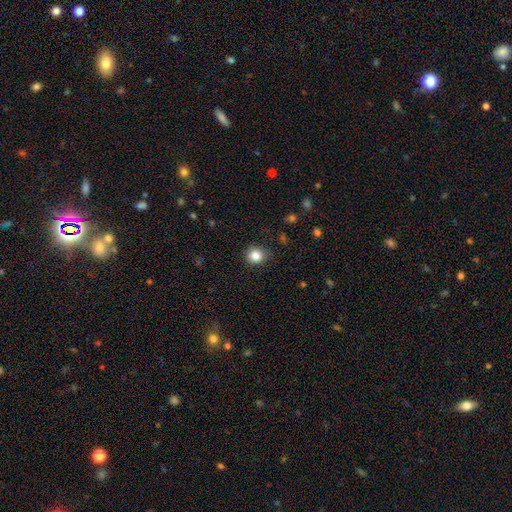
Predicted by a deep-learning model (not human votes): Smooth or featured? Predicted: smooth (p=0.84). How rounded? Predicted: round (p=0.85). Merging? Predicted: none (p=0.86).